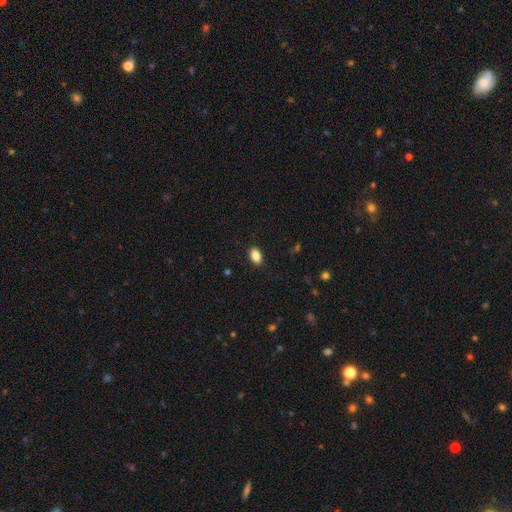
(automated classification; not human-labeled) smooth 85%, star or artifact 9%, featured or disk 6%. Down the decision tree: how rounded — in between (90%); merging — none (88%).